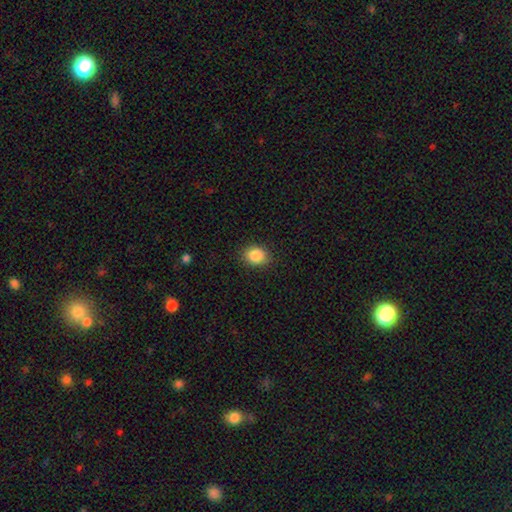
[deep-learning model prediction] A smooth galaxy with no disk features (86%) that is round (51%). Merging: none (87%).